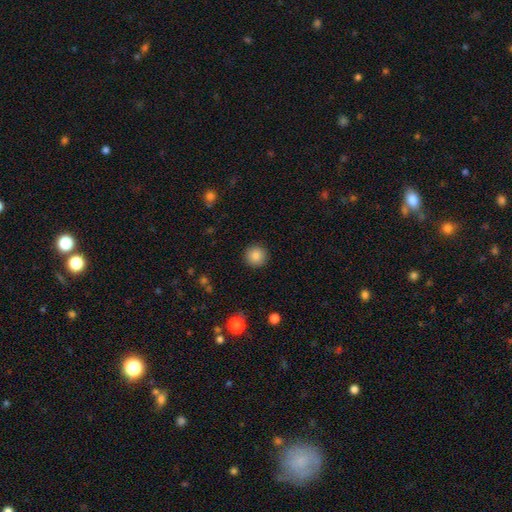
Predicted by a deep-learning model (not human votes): Q: Smooth or featured?
A: smooth (86%); runner-up: star or artifact (10%)
Q: How rounded?
A: round (95%); runner-up: in between (4%)
Q: Merging?
A: none (92%); runner-up: minor disturbance (5%)